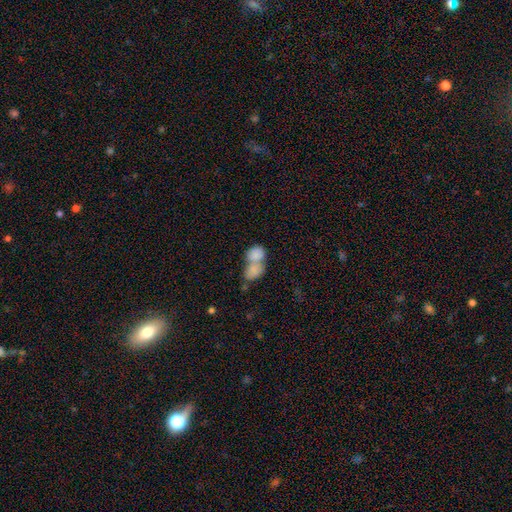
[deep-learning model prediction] Q: Smooth or featured?
A: smooth (82%); runner-up: featured or disk (11%)
Q: How rounded?
A: in between (64%); runner-up: round (34%)
Q: Merging?
A: merger (76%); runner-up: none (15%)